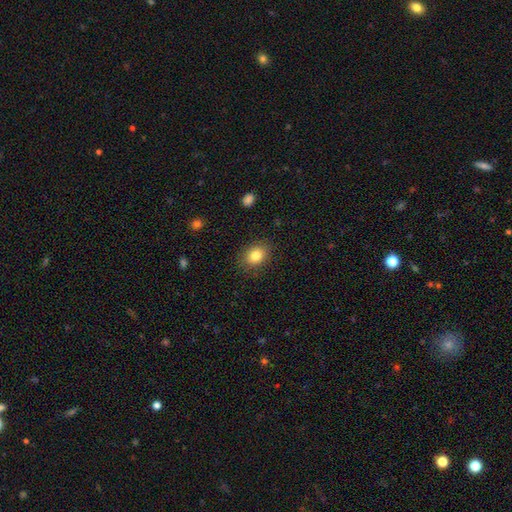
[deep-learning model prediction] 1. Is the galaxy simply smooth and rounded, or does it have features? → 82% smooth, 9% star or artifact, 8% featured or disk.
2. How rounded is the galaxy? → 62% in between, 37% round, 1% cigar-shaped.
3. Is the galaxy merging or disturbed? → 85% none, 11% minor disturbance, 3% major disturbance, 1% merger.